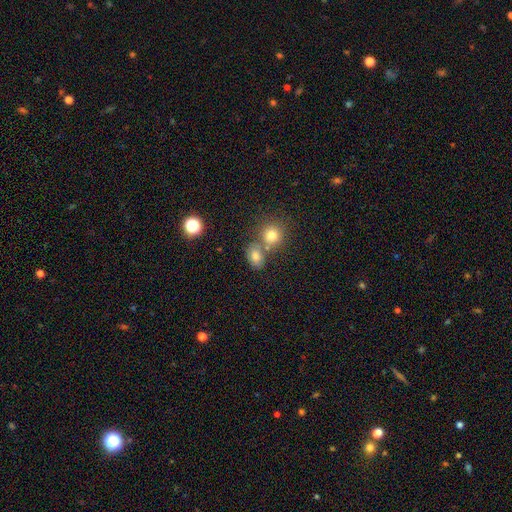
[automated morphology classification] This is likely a smooth galaxy (71%). How rounded: possibly in between (51%). Merging: possibly none (54%).